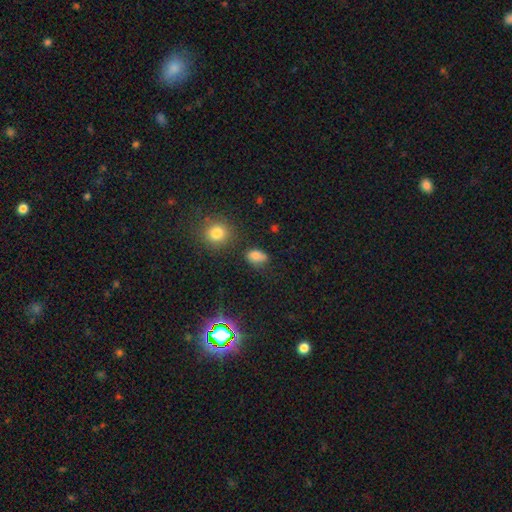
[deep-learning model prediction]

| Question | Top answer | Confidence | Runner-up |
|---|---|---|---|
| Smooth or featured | smooth | 77% | star or artifact (15%) |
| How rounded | in between | 82% | round (16%) |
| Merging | none | 67% | minor disturbance (21%) |